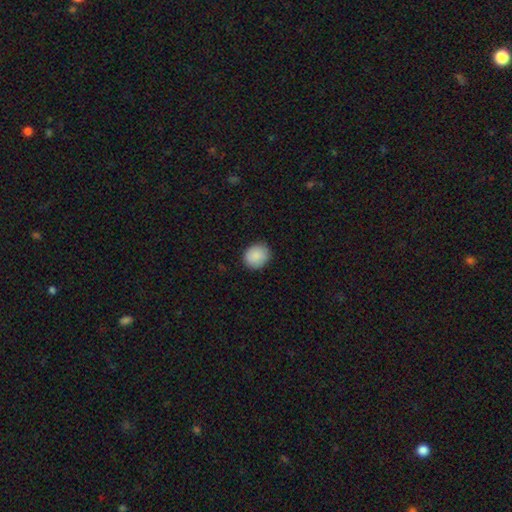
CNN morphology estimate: A smooth galaxy with no disk features (89%) that is round (75%).

Vote fractions:
- Smooth or featured? smooth: 89% / star or artifact: 7% / featured or disk: 4%
- How rounded? round: 75% / in between: 24% / cigar-shaped: 1%
- Merging? none: 88% / minor disturbance: 9% / major disturbance: 2% / merger: 1%